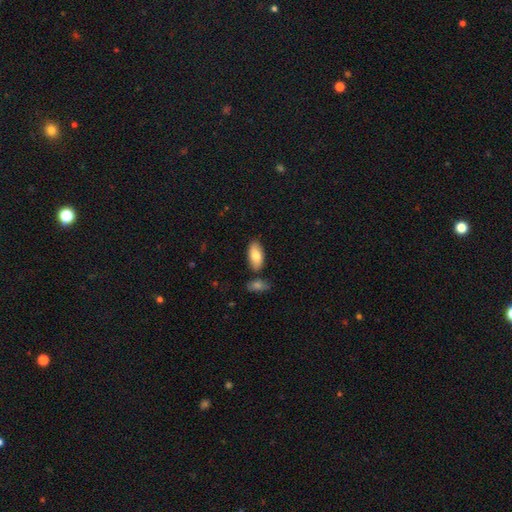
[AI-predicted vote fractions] Morphology: type=smooth (78%); roundness=in between (91%); merging=none (78%).